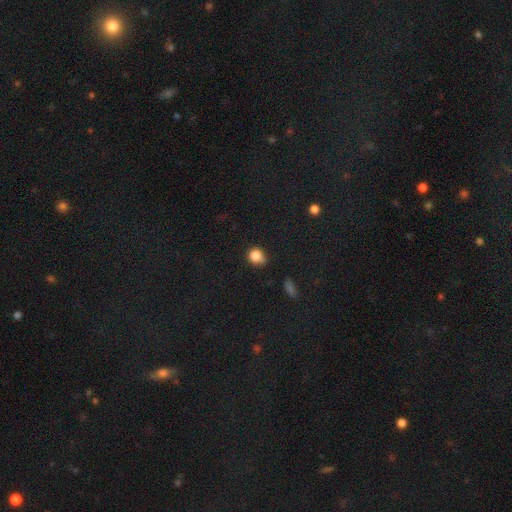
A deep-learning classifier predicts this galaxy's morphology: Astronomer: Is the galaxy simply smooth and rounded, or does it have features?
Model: smooth — 83%.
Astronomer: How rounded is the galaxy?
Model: round — 79%.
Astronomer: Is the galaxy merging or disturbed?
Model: none — 58%.